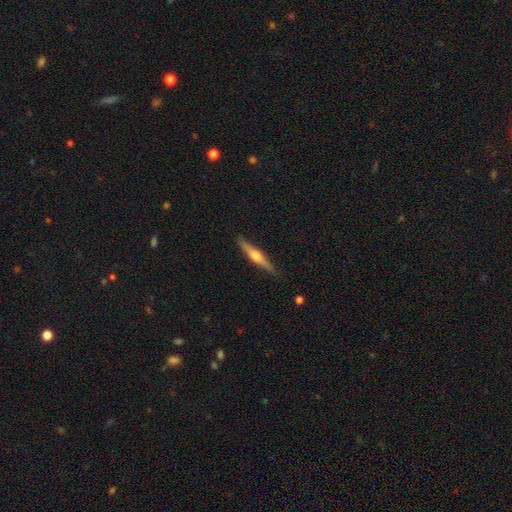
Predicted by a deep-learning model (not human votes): A featured or disk galaxy (66%) viewed edge-on (98%) with a rounded central bulge (92%). Merging: none (89%).